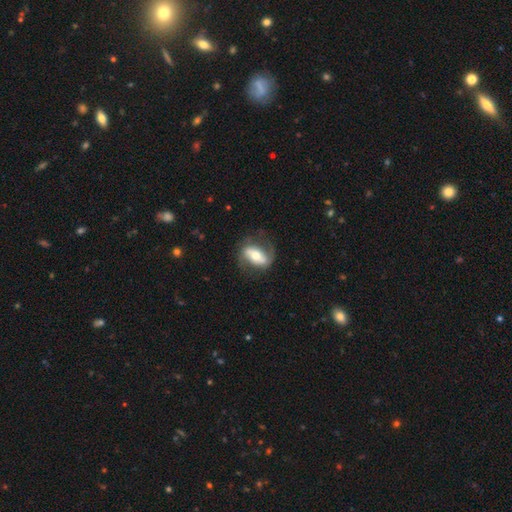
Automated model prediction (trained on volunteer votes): This appears to be a featured or disk galaxy (64%) with a strong bar (47%), spiral arms (76%) and a moderate central bulge (65%). Merging: none (69%).